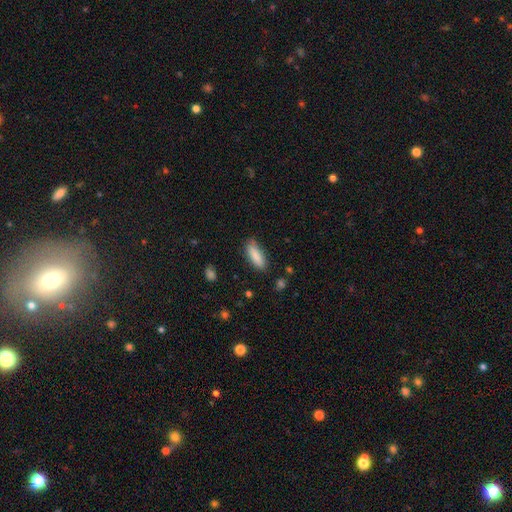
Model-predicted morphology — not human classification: smooth 87%, featured or disk 7%, star or artifact 6%. Down the decision tree: how rounded — in between (59%); merging — none (80%).